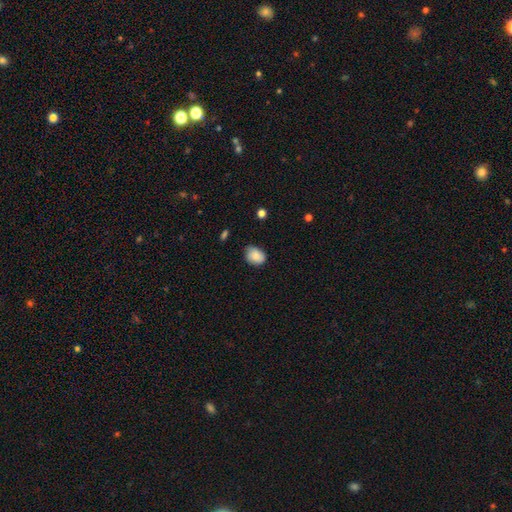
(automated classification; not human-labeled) Smooth or featured?
  - smooth: 84% *
  - featured or disk: 9%
  - star or artifact: 7%
How rounded?
  - in between: 61% *
  - round: 38%
  - cigar-shaped: 1%
Merging?
  - none: 67% *
  - minor disturbance: 27%
  - major disturbance: 4%
  - merger: 2%